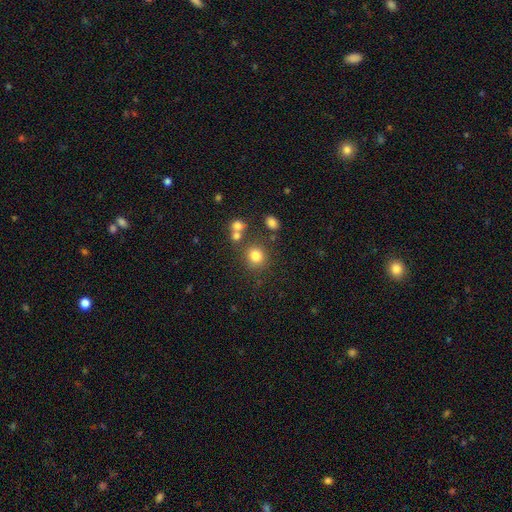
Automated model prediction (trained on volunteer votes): smooth-or-featured: smooth: 79% | star or artifact: 14% | featured or disk: 7%
  how-rounded: round: 85% | in between: 14% | cigar-shaped: 1%
  merging: none: 75% | merger: 10% | minor disturbance: 10% | major disturbance: 4%